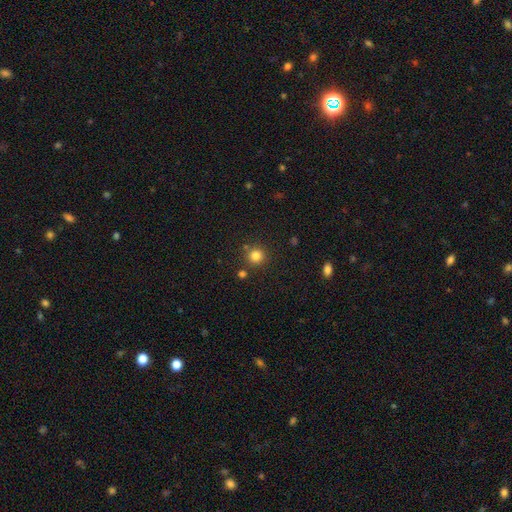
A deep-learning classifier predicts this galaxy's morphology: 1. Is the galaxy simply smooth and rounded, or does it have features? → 82% smooth, 13% star or artifact, 5% featured or disk.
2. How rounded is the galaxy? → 94% round, 5% in between, 1% cigar-shaped.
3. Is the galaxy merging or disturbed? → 83% none, 7% minor disturbance, 7% merger, 3% major disturbance.